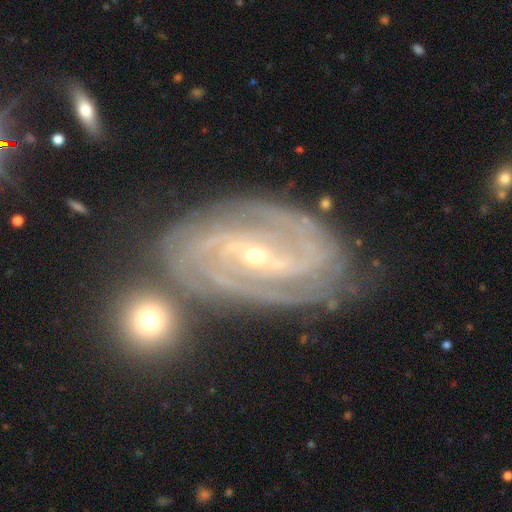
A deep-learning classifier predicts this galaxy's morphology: Smooth or featured? featured or disk (91%)
Edge-on disk? no (96%)
Bar? strong (42%)
Spiral arms? yes (98%)
Spiral winding? tight (60%)
Spiral arm count? 2 (41%)
Bulge size? small (69%)
Merging? none (71%)